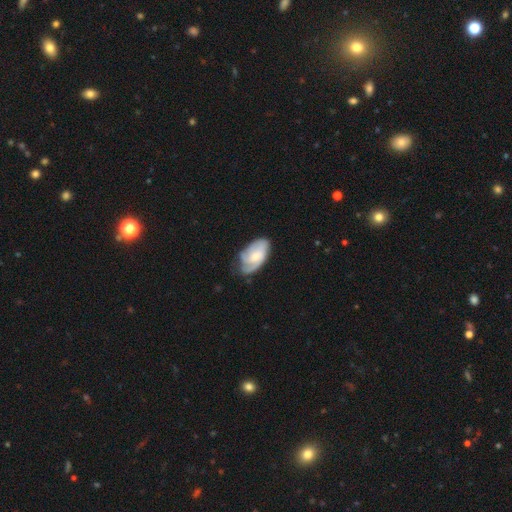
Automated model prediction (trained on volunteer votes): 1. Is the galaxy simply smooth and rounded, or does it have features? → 69% featured or disk, 25% smooth, 5% star or artifact.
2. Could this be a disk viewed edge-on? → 96% no, 4% yes.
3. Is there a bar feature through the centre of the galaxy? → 61% no, 33% weak, 6% strong.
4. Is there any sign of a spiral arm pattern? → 92% yes, 8% no.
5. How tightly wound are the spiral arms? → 48% tight, 38% medium, 14% loose.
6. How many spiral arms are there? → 30% 2, 27% 3, 26% can't tell, 9% 1, 5% 4, 3% more than 4.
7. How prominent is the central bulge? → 45% small, 44% moderate, 6% none, 4% large, 1% dominant.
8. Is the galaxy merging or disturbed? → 59% none, 28% minor disturbance, 11% major disturbance, 2% merger.